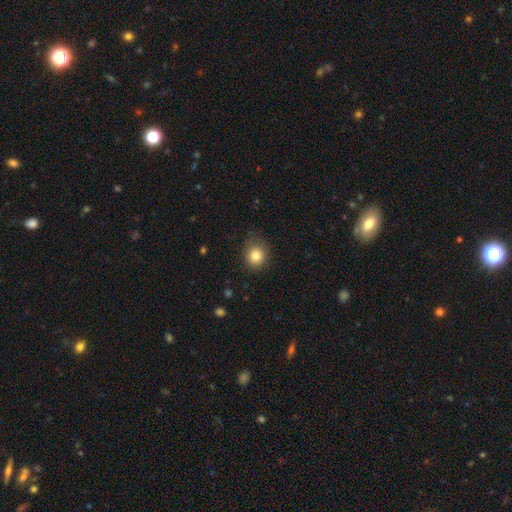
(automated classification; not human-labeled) A smooth galaxy with no disk features (83%) that is round (78%). Merging: none (80%).